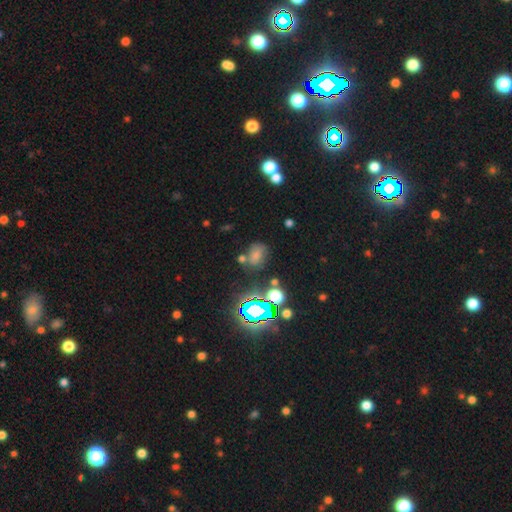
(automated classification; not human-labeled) smooth_or_featured: smooth (p=0.60) [alt: star or artifact p=0.29]
how_rounded: in between (p=0.65) [alt: round p=0.33]
merging: none (p=0.59) [alt: minor disturbance p=0.19]